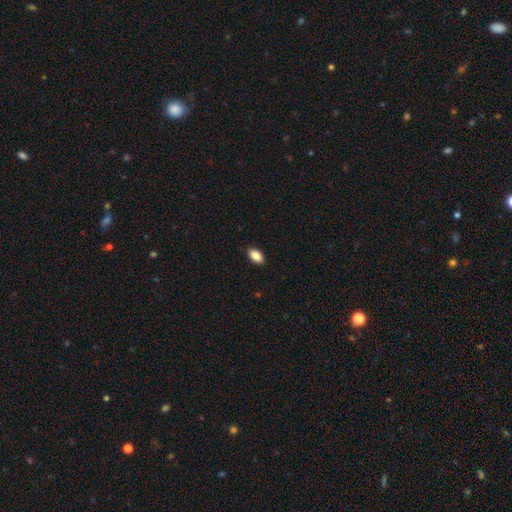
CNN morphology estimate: type=smooth (86%); roundness=in between (93%); merging=none (90%).